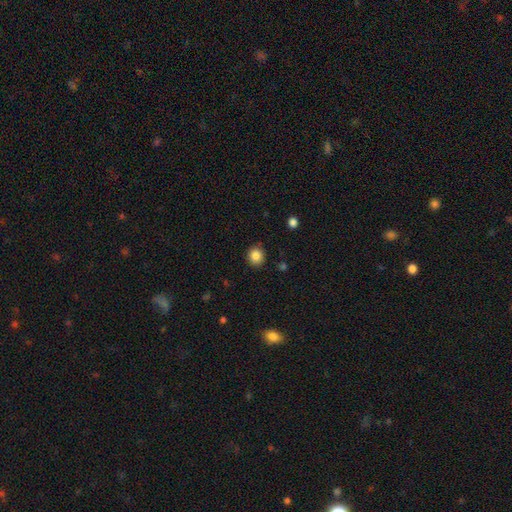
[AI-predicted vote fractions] Smooth or featured? smooth (85%)
How rounded? round (87%)
Merging? none (89%)